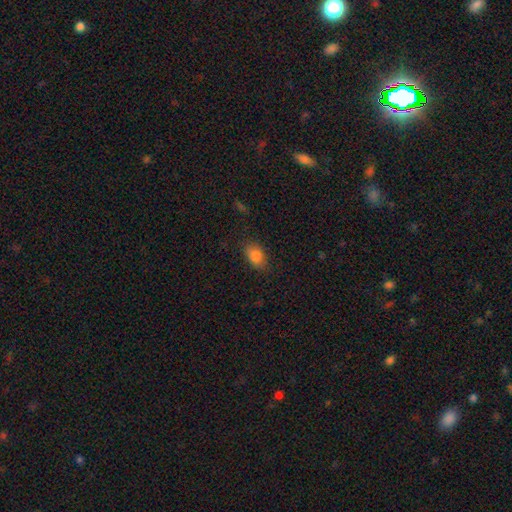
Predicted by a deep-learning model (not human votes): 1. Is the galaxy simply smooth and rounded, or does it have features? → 84% smooth, 9% star or artifact, 7% featured or disk.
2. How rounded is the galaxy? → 84% in between, 14% round, 2% cigar-shaped.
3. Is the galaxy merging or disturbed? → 79% none, 16% minor disturbance, 4% major disturbance, 1% merger.